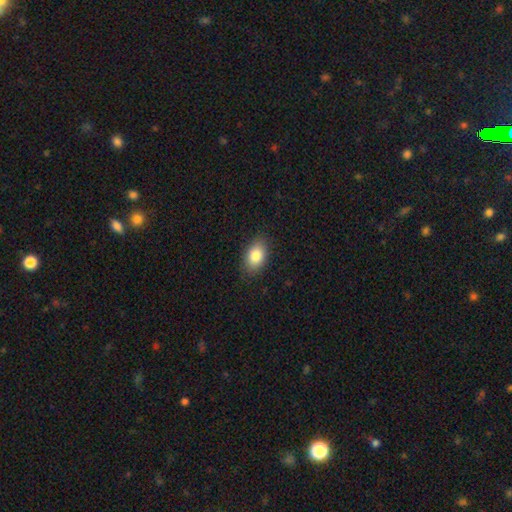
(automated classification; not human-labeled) Smooth or featured? Predicted: smooth (p=0.84). How rounded? Predicted: in between (p=0.88). Merging? Predicted: none (p=0.86).